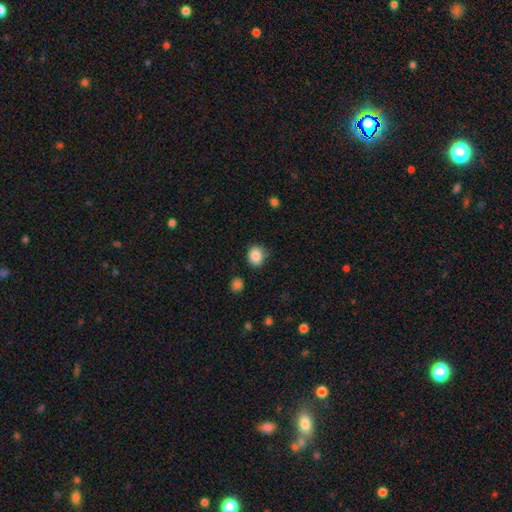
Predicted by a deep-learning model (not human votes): smooth_or_featured: smooth (p=0.87) [alt: star or artifact p=0.09]
how_rounded: round (p=0.72) [alt: in between p=0.27]
merging: none (p=0.83) [alt: minor disturbance p=0.12]